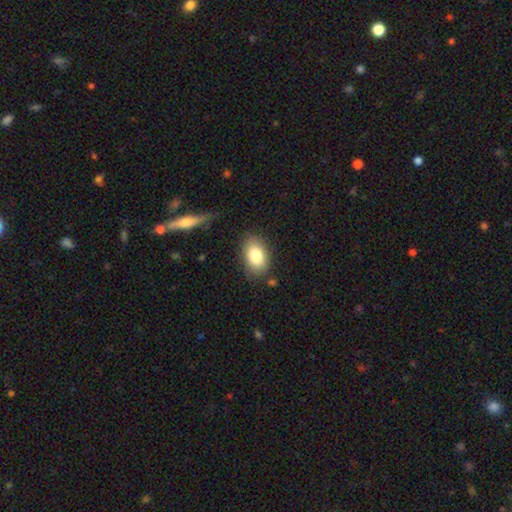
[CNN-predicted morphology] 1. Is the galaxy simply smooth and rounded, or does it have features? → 83% smooth, 9% featured or disk, 7% star or artifact.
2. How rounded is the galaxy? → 89% in between, 10% round, 1% cigar-shaped.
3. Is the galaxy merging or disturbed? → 79% none, 14% minor disturbance, 4% major disturbance, 3% merger.